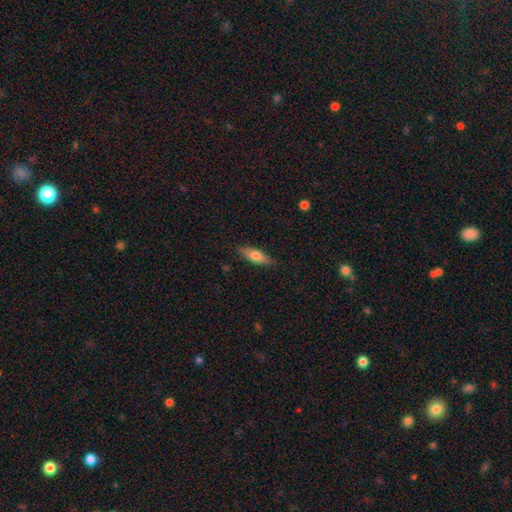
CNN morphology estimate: Overall: smooth (67%). How rounded: in between (52%; cigar-shaped 45%). Merging: none (85%).